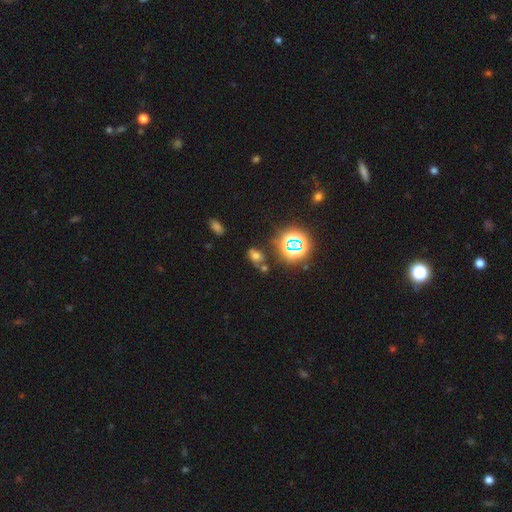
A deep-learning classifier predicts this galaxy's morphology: Overall: smooth (51%; star or artifact 36%). How rounded: in between (76%). Merging: none (61%).